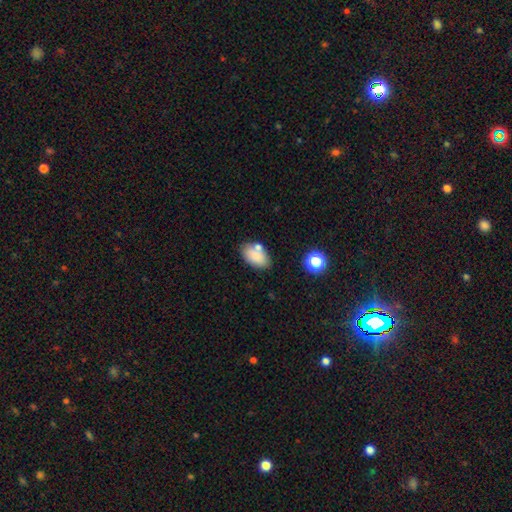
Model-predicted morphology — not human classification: This is clearly a smooth galaxy (82%). How rounded: clearly in between (92%). Merging: likely none (67%).